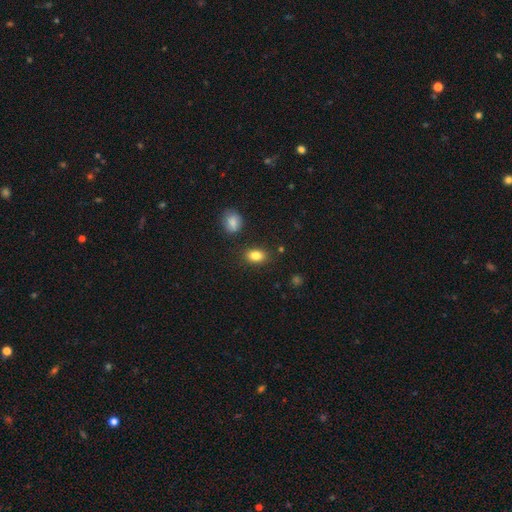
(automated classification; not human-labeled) This is clearly a smooth galaxy (84%). How rounded: clearly in between (83%). Merging: clearly none (84%).